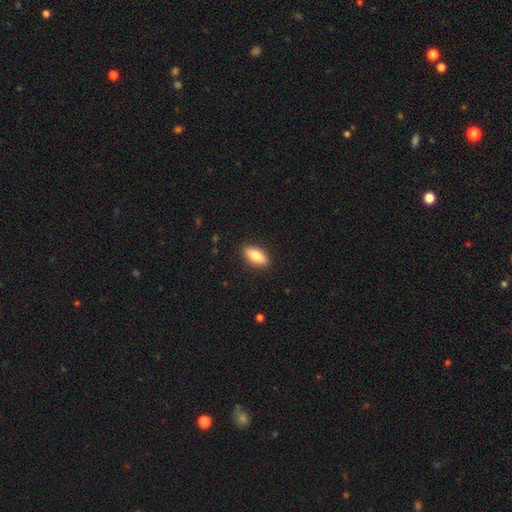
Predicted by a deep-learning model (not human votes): A smooth galaxy with no disk features (81%) that is in between round and cigar-shaped (85%).

Vote fractions:
- Smooth or featured? smooth: 81% / featured or disk: 12% / star or artifact: 6%
- How rounded? in between: 85% / cigar-shaped: 13% / round: 3%
- Merging? none: 89% / minor disturbance: 8% / major disturbance: 2% / merger: 1%